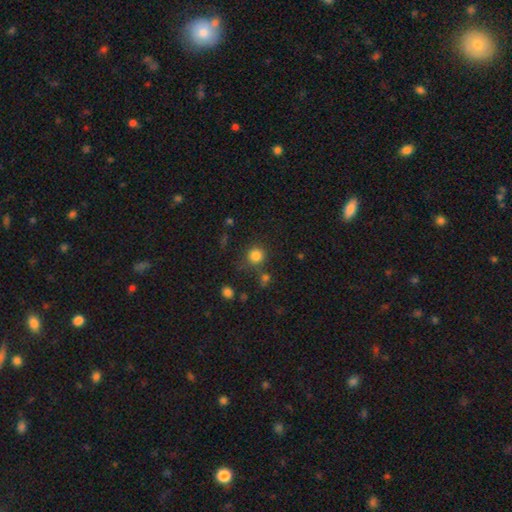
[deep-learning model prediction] A smooth galaxy with no disk features (81%) that is round (90%).

Vote fractions:
- Smooth or featured? smooth: 81% / star or artifact: 13% / featured or disk: 5%
- How rounded? round: 90% / in between: 9% / cigar-shaped: 1%
- Merging? none: 75% / minor disturbance: 11% / merger: 9% / major disturbance: 5%